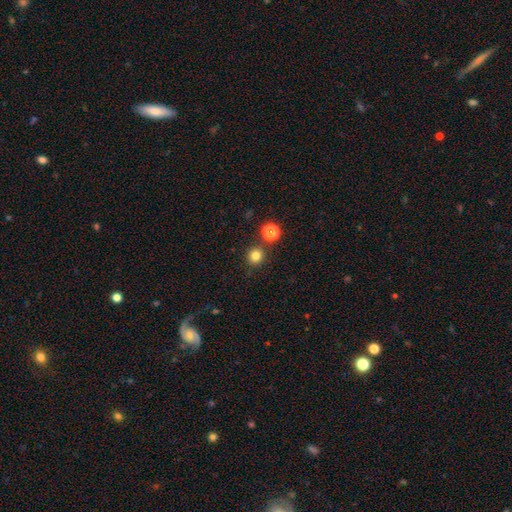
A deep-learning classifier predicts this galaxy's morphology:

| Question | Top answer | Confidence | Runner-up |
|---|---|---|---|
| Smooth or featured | smooth | 81% | star or artifact (14%) |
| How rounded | round | 92% | in between (7%) |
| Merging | none | 83% | merger (8%) |